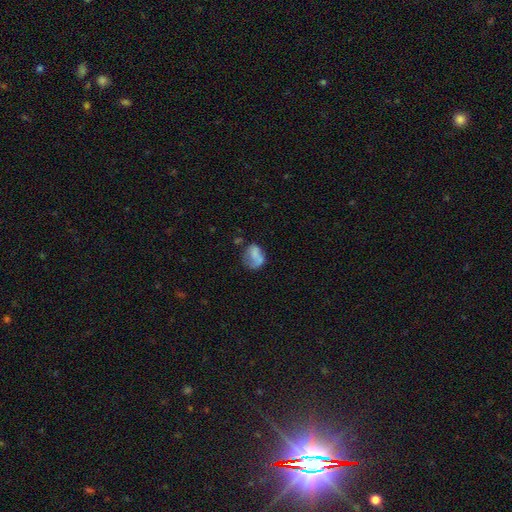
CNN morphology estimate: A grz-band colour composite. It shows a smooth galaxy with no disk features (63%) that is in between round and cigar-shaped (61%). Merging: none (34%).